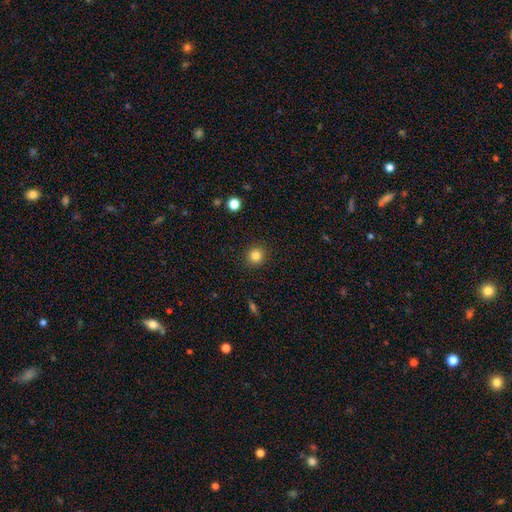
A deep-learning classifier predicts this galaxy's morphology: Smooth or featured: smooth — 83% (star or artifact — 12%)
How rounded: round — 90% (in between — 10%)
Merging: none — 91% (minor disturbance — 6%)